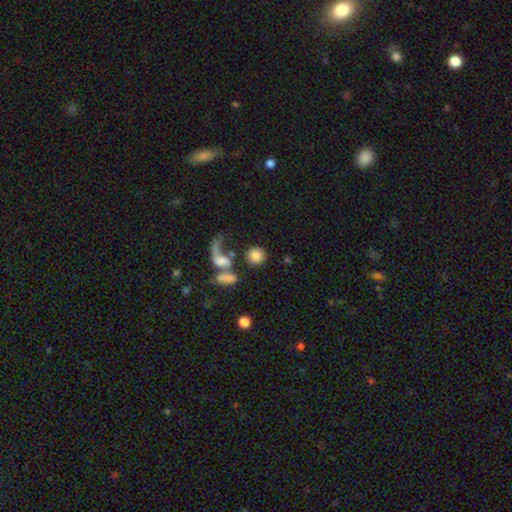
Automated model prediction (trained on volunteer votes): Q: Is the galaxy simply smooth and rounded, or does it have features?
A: smooth — 77%.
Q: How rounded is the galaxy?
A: round — 84%.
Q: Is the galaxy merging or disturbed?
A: none — 50%.